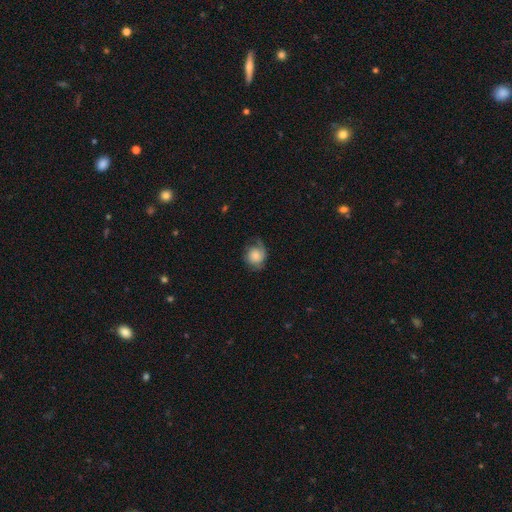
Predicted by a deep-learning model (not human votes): A smooth galaxy with no disk features (56%) that is round (75%). Merging: none (53%).